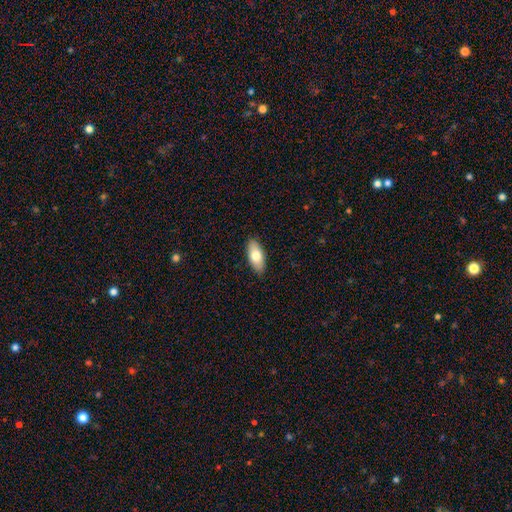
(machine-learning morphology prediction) Smooth or featured? smooth (76%)
How rounded? in between (87%)
Merging? none (88%)